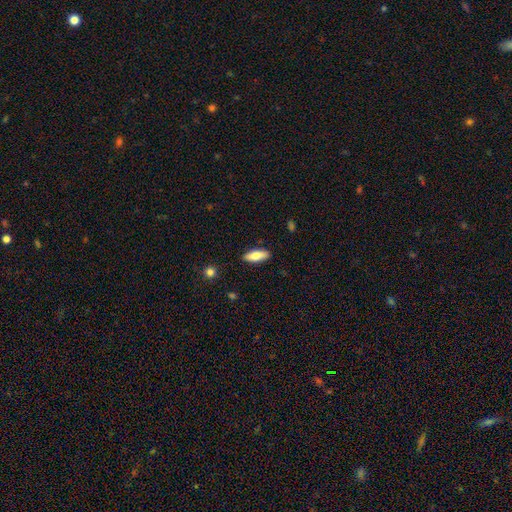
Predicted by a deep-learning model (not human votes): smooth-or-featured: smooth: 77% | featured or disk: 17% | star or artifact: 6%
  how-rounded: in between: 69% | cigar-shaped: 29% | round: 2%
  merging: none: 88% | minor disturbance: 9% | major disturbance: 2% | merger: 1%